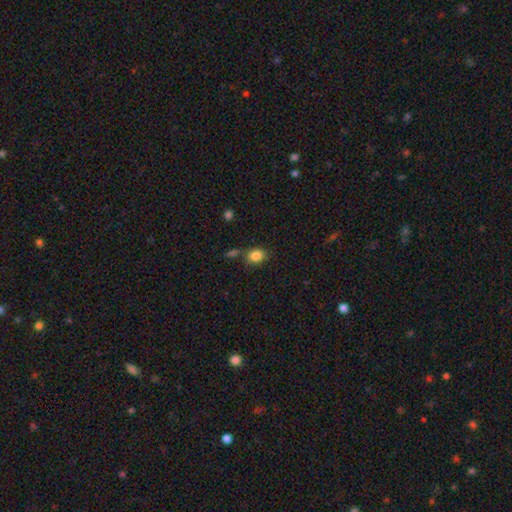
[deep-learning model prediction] smooth_or_featured: smooth (p=0.85) [alt: star or artifact p=0.10]
how_rounded: in between (p=0.50) [alt: round p=0.49]
merging: none (p=0.70) [alt: minor disturbance p=0.15]